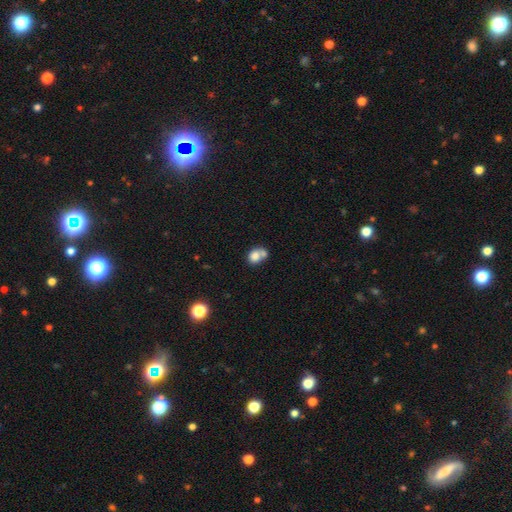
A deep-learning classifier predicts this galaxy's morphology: A smooth galaxy with no disk features (78%) that is round (57%).

Vote fractions:
- Smooth or featured? smooth: 78% / featured or disk: 12% / star or artifact: 10%
- How rounded? round: 57% / in between: 42% / cigar-shaped: 1%
- Merging? merger: 53% / none: 32% / minor disturbance: 10% / major disturbance: 5%